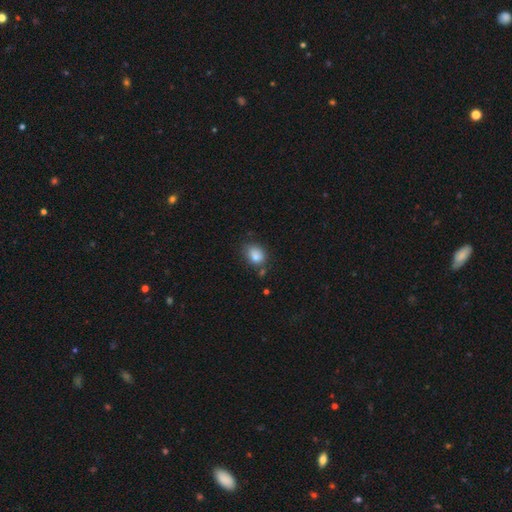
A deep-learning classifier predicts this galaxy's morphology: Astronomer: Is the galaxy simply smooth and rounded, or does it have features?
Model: smooth — 85%.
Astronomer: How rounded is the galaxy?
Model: in between — 64%.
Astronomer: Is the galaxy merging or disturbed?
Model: none — 66%.